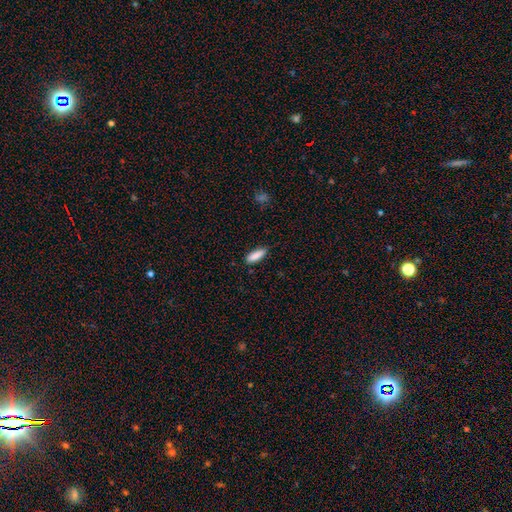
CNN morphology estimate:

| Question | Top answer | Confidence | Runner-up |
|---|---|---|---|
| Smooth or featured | smooth | 88% | star or artifact (7%) |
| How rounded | in between | 55% | cigar-shaped (44%) |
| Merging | none | 82% | minor disturbance (14%) |